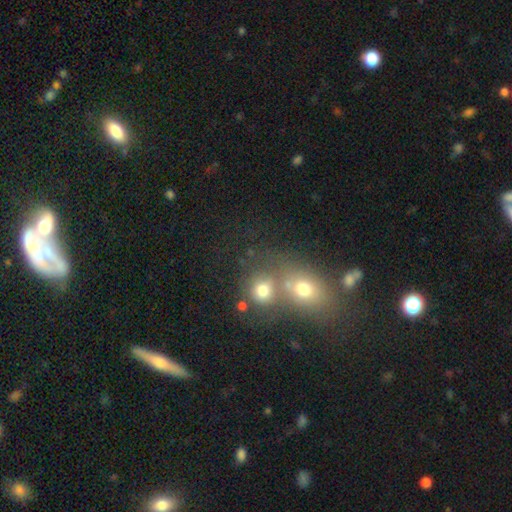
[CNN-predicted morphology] smooth_or_featured: smooth (p=0.52) [alt: star or artifact p=0.27]
how_rounded: round (p=0.61) [alt: in between p=0.35]
merging: none (p=0.46) [alt: merger p=0.40]